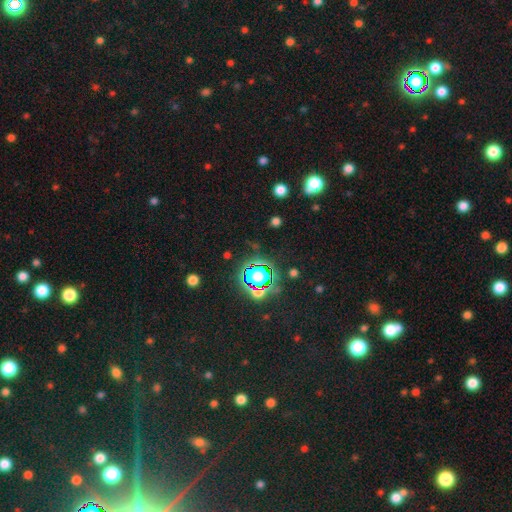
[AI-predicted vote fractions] A star or artifact, not a galaxy (79%).